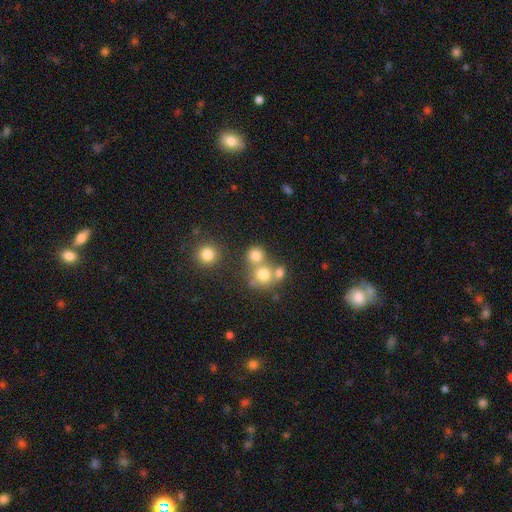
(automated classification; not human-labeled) A smooth galaxy with no disk features (75%) that is round (87%).

Vote fractions:
- Smooth or featured? smooth: 75% / star or artifact: 15% / featured or disk: 10%
- How rounded? round: 87% / in between: 12% / cigar-shaped: 1%
- Merging? none: 55% / merger: 33% / minor disturbance: 8% / major disturbance: 4%